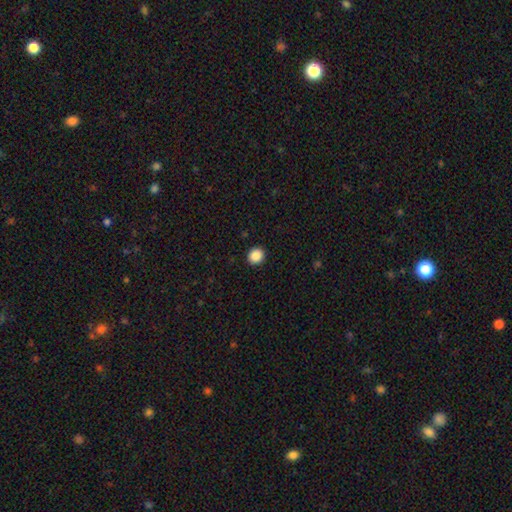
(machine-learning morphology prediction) A smooth galaxy with no disk features (88%) that is round (84%). Merging: none (93%).